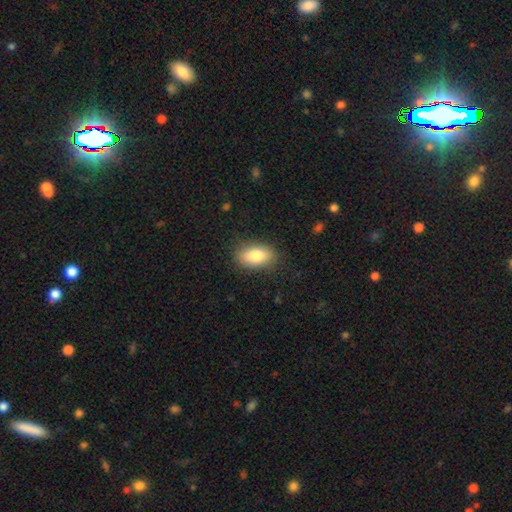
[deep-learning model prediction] This appears to be a smooth galaxy with no disk features (80%) that is in between round and cigar-shaped (88%). Merging: none (86%).